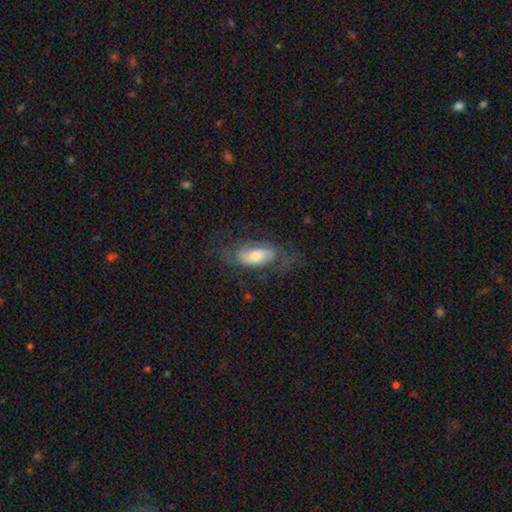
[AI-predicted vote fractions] Smooth or featured? featured or disk (53%)
Edge-on disk? no (88%)
Merging? none (56%)